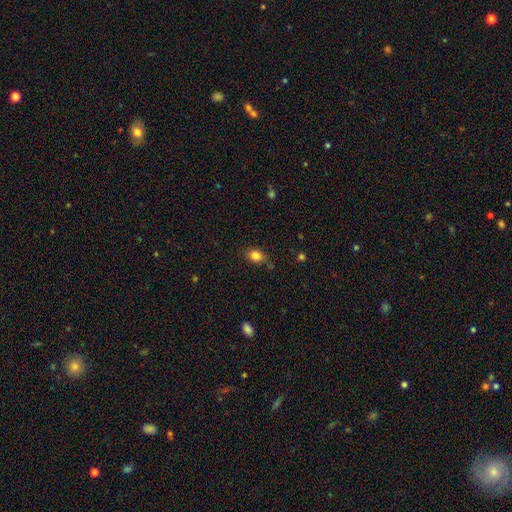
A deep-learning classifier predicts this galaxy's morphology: smooth_or_featured: smooth (p=0.84) [alt: star or artifact p=0.10]
how_rounded: in between (p=0.63) [alt: round p=0.36]
merging: none (p=0.78) [alt: minor disturbance p=0.15]